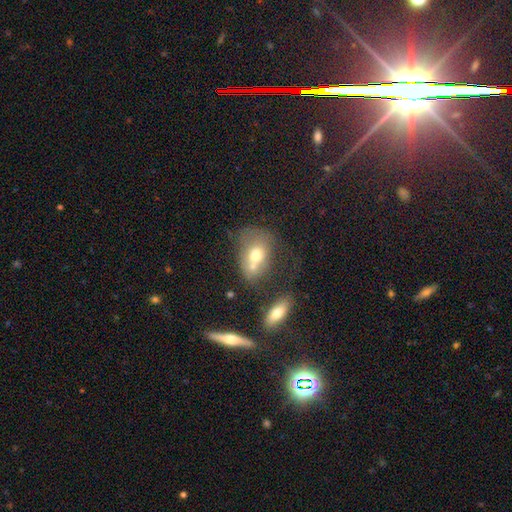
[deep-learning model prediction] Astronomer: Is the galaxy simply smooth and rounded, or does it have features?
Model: smooth — 63%.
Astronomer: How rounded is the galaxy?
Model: in between — 66%.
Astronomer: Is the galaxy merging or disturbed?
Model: merger — 41% (runner-up: none, 27%).